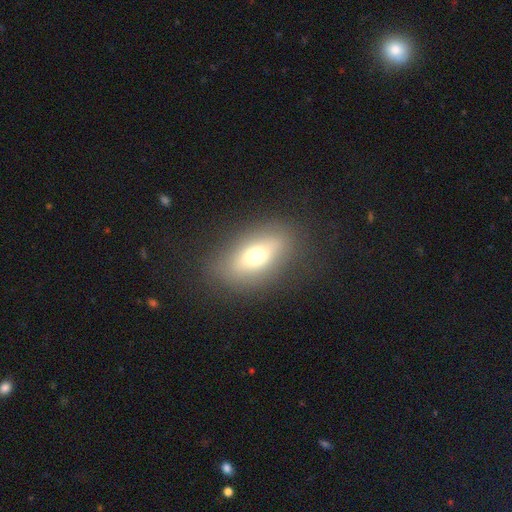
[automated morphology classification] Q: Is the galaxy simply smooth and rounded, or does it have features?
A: smooth — 60%.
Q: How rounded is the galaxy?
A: in between — 79%.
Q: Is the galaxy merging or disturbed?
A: none — 82%.